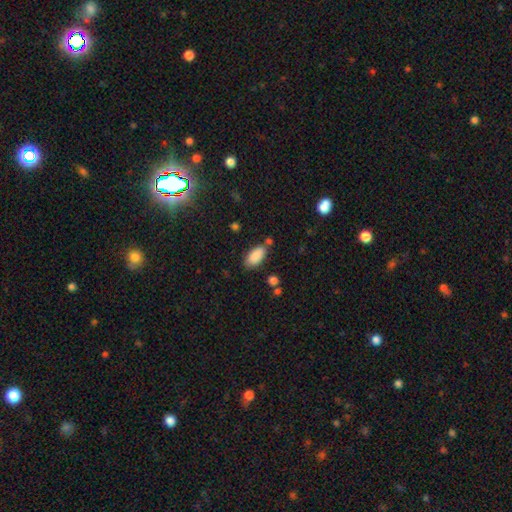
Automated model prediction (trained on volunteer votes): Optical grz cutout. It shows a smooth galaxy with no disk features (88%) that is in between round and cigar-shaped (91%). Merging: none (74%).